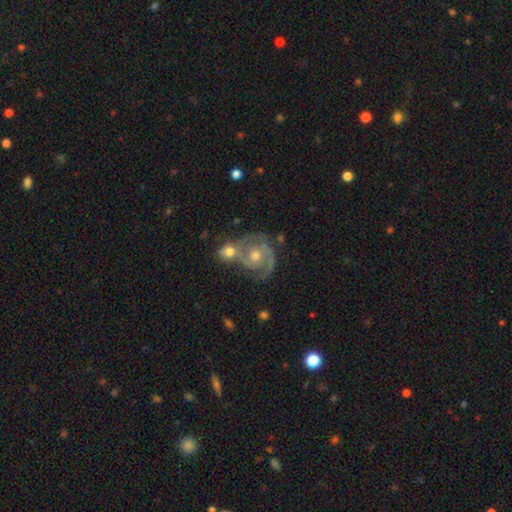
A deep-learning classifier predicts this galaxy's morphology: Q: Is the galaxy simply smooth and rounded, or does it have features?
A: featured or disk — 87%.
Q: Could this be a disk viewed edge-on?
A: no — 98%.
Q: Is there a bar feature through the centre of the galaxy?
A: no — 67%.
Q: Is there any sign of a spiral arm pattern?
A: yes — 97%.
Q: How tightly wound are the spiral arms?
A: tight — 54%.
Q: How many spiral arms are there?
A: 2 — 74%.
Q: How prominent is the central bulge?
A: moderate — 69%.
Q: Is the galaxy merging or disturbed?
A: none — 42%.